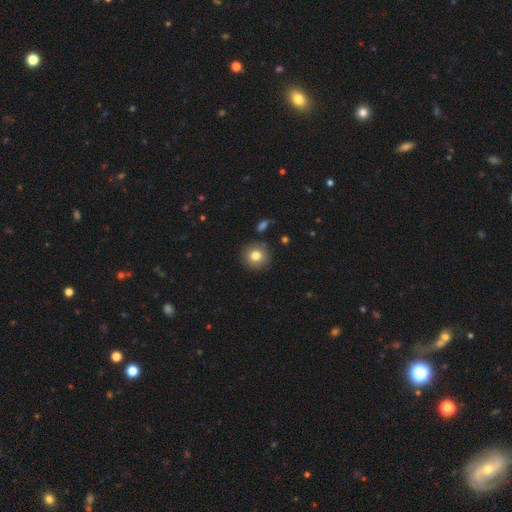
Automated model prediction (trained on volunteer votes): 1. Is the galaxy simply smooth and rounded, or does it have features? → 80% smooth, 10% star or artifact, 10% featured or disk.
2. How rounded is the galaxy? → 92% round, 7% in between, 1% cigar-shaped.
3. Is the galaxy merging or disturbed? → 88% none, 7% minor disturbance, 2% merger, 2% major disturbance.